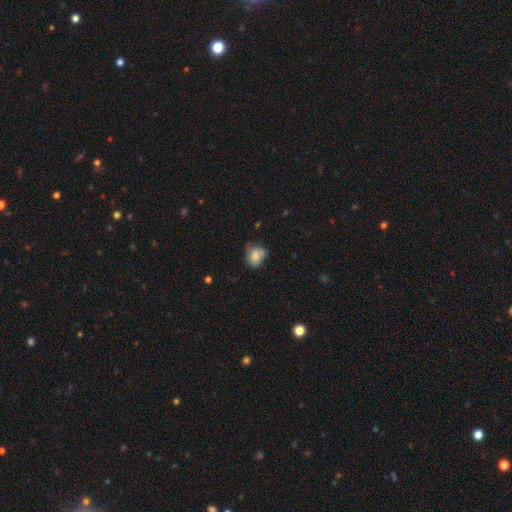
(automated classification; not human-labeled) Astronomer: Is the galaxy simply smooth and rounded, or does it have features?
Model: smooth — 75%.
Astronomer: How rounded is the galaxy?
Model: round — 53% (runner-up: in between, 46%).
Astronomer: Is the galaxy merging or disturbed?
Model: none — 49% (runner-up: minor disturbance, 34%).